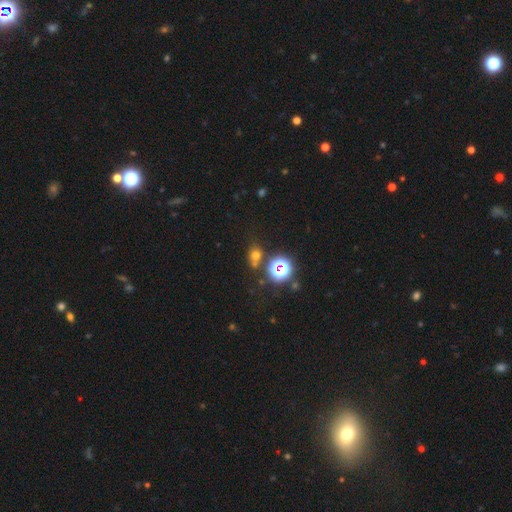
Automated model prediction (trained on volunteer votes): Overall: smooth (59%; star or artifact 32%). How rounded: round (70%). Merging: none (66%).